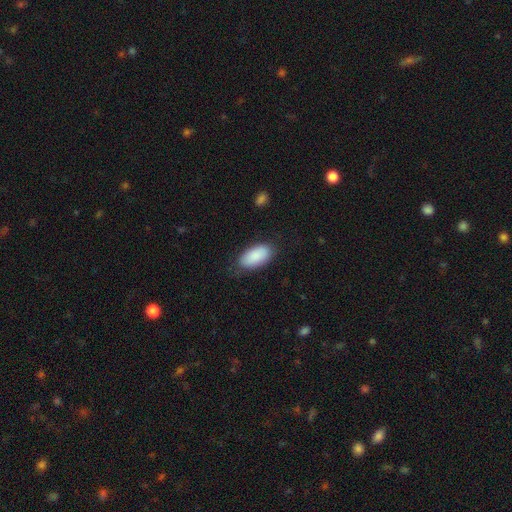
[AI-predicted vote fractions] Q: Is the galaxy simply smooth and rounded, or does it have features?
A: smooth — 89%.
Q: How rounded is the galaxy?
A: in between — 94%.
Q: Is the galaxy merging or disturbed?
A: none — 79%.